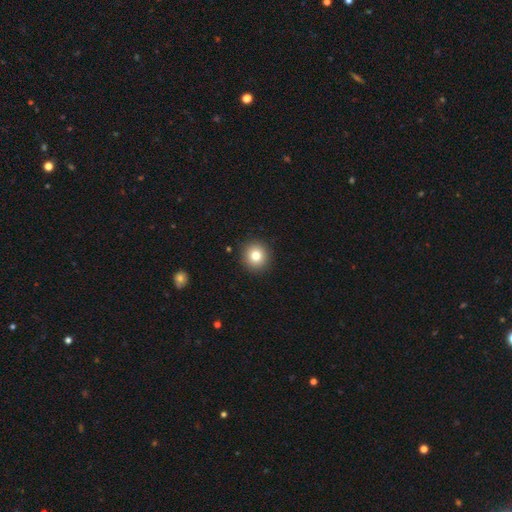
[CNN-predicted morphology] Smooth or featured?
  - smooth: 79% *
  - star or artifact: 11%
  - featured or disk: 9%
How rounded?
  - round: 93% *
  - in between: 6%
  - cigar-shaped: 1%
Merging?
  - none: 91% *
  - minor disturbance: 6%
  - major disturbance: 2%
  - merger: 1%